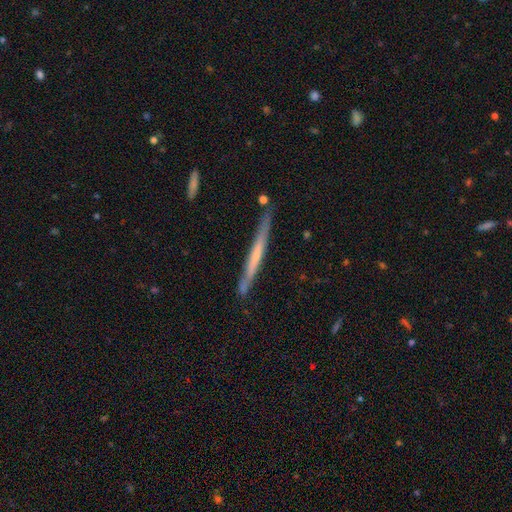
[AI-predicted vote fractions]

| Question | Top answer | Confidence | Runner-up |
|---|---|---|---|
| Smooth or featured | featured or disk | 56% | smooth (38%) |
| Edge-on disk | yes | 96% | no (4%) |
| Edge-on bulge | none | 79% | rounded (14%) |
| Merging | none | 81% | minor disturbance (13%) |